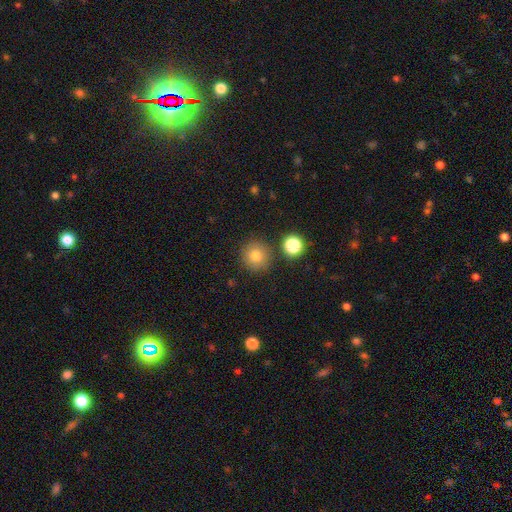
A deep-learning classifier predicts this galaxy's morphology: Smooth or featured: smooth — 79% (star or artifact — 13%)
How rounded: round — 95% (in between — 4%)
Merging: none — 86% (minor disturbance — 7%)